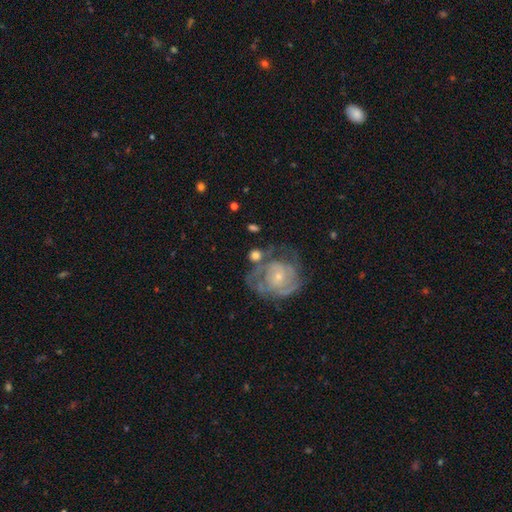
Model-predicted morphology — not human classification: The model was most divided on "smooth or featured": featured or disk: 60%, smooth: 33%, star or artifact: 8%. More confident: edge-on disk — no (96%); spiral arms — yes (78%); bar — no (74%); bulge size — small (72%); merging — none (50%).